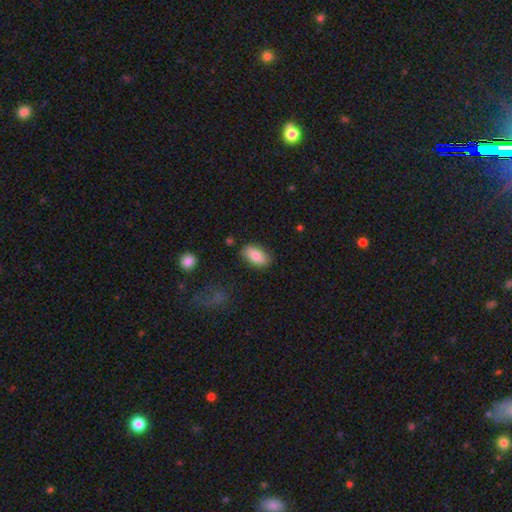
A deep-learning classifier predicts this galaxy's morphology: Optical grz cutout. It shows a smooth galaxy with no disk features (80%) that is in between round and cigar-shaped (91%). Merging: none (82%).